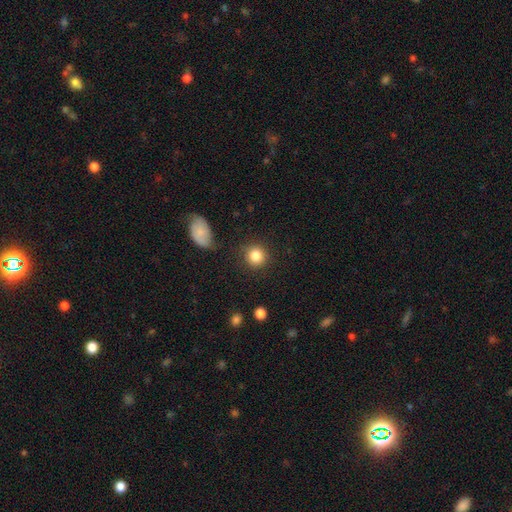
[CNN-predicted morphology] This appears to be a smooth galaxy with no disk features (84%) that is round (90%). Merging: none (85%).